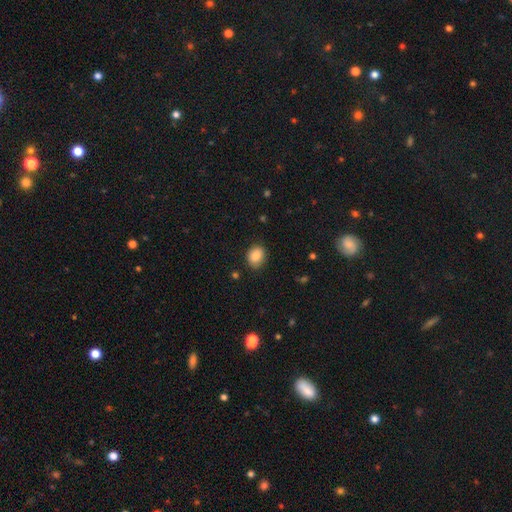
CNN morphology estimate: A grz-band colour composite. It shows a smooth galaxy with no disk features (86%) that is round (50%). Merging: none (85%).